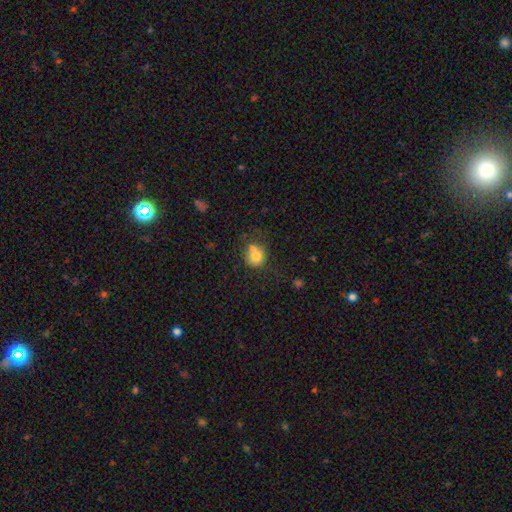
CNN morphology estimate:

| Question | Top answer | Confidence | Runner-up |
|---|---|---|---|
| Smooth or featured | smooth | 75% | featured or disk (14%) |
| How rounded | round | 81% | in between (18%) |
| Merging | none | 46% | merger (36%) |